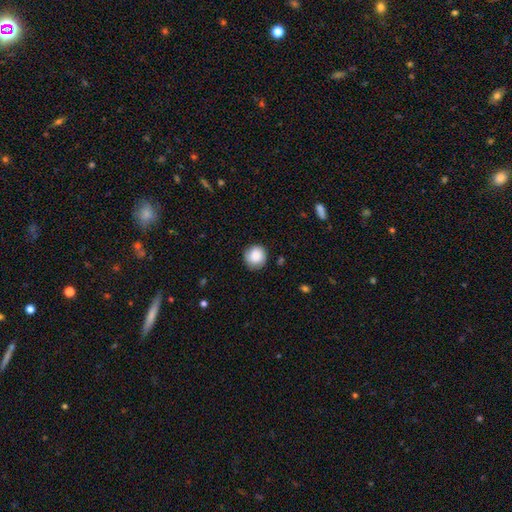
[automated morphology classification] A smooth galaxy with no disk features (86%) that is round (92%).

Vote fractions:
- Smooth or featured? smooth: 86% / star or artifact: 8% / featured or disk: 6%
- How rounded? round: 92% / in between: 7% / cigar-shaped: 1%
- Merging? none: 83% / minor disturbance: 13% / major disturbance: 3% / merger: 1%